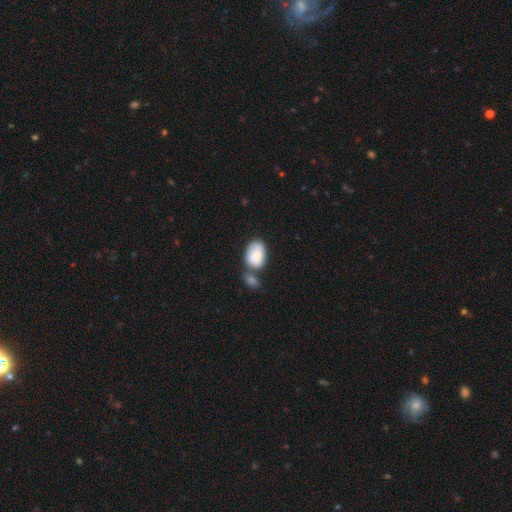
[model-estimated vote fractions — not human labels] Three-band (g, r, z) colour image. It shows a smooth galaxy with no disk features (82%) that is in between round and cigar-shaped (88%). Merging: merger (43%).